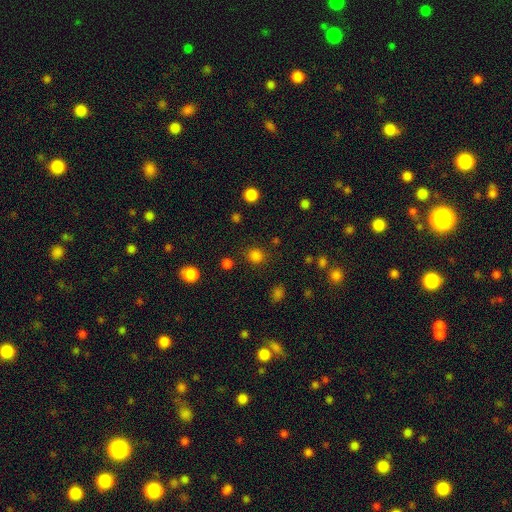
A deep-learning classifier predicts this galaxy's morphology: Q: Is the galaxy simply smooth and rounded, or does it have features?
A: smooth — 82%.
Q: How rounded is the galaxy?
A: round — 86%.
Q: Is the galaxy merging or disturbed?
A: none — 87%.